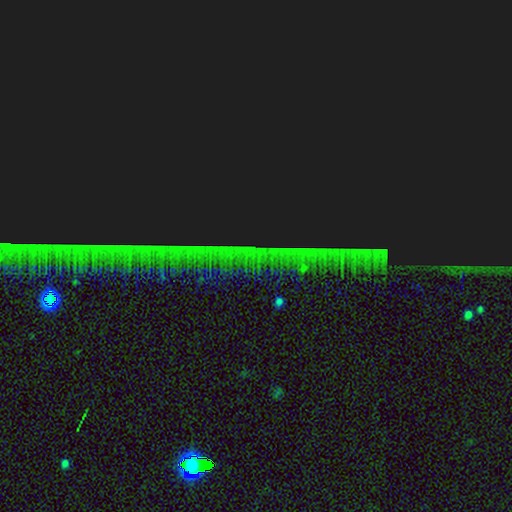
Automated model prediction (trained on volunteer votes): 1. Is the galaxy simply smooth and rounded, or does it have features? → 87% star or artifact, 7% featured or disk, 6% smooth.